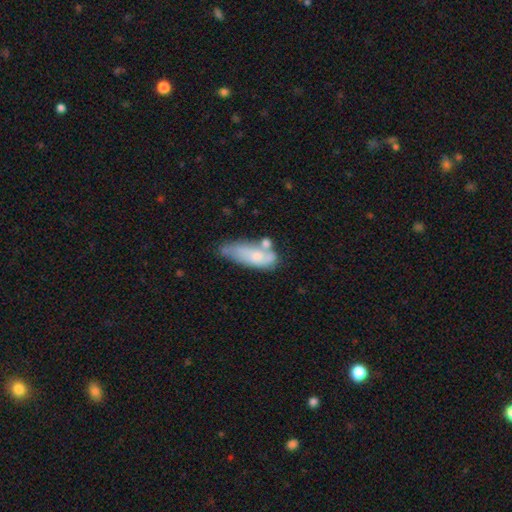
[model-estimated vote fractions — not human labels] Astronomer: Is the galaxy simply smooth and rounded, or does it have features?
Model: smooth — 61%.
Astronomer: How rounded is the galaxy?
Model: in between — 70%.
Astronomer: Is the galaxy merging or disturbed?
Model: none — 35% (runner-up: minor disturbance, 28%).